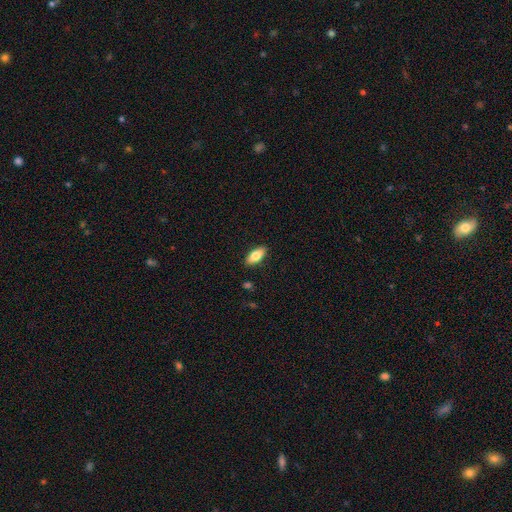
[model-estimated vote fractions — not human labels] This is likely a smooth galaxy (76%). How rounded: clearly in between (84%). Merging: clearly none (88%).